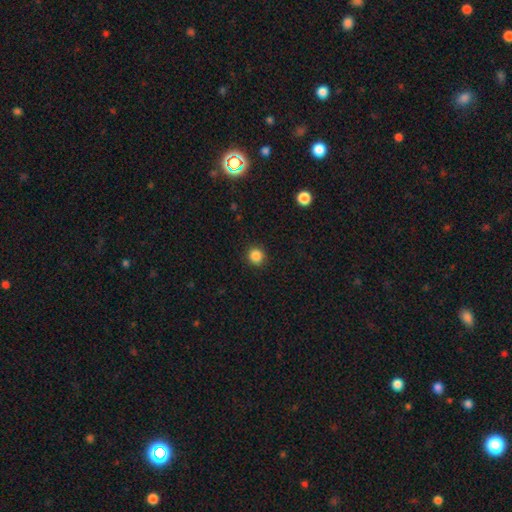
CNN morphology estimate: Smooth or featured: smooth — 86% (star or artifact — 11%)
How rounded: round — 91% (in between — 9%)
Merging: none — 89% (minor disturbance — 7%)